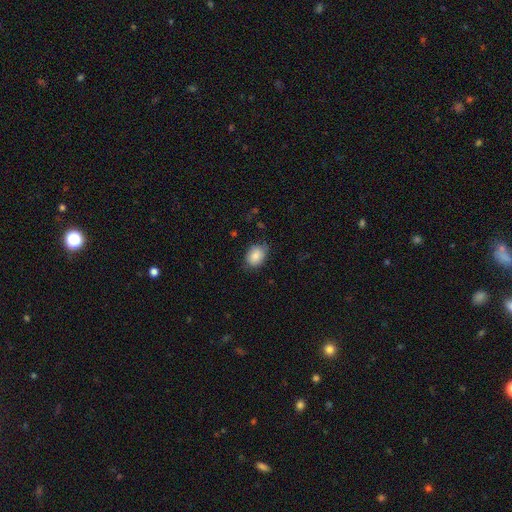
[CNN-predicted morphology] type=smooth (86%); roundness=in between (74%); merging=none (76%).